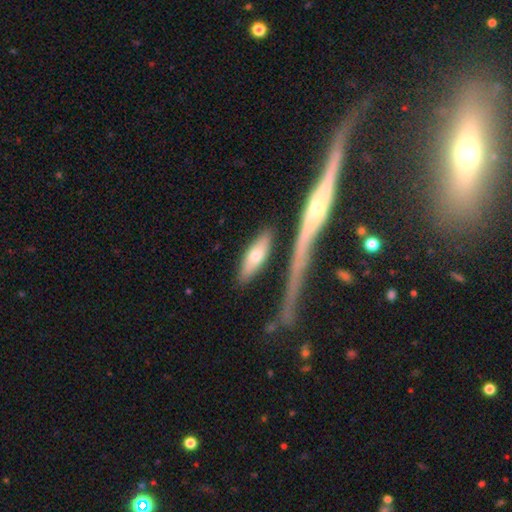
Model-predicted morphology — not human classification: This is likely a smooth galaxy (64%). How rounded: possibly cigar-shaped (48%, tied with in between). Merging: likely none (73%).